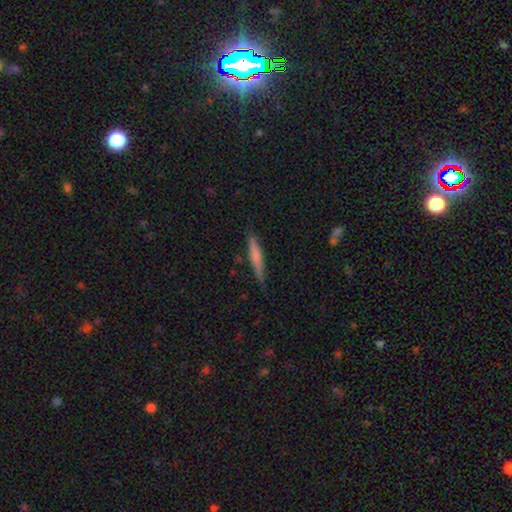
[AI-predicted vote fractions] Overall: smooth (57%; featured or disk 37%). How rounded: cigar-shaped (92%). Merging: none (85%).